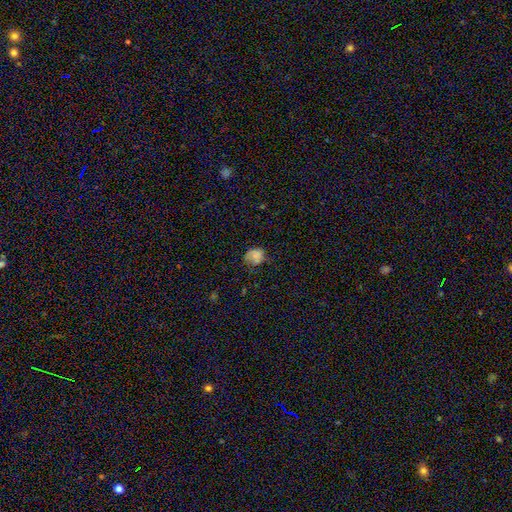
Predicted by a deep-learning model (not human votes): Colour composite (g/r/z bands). It shows a smooth galaxy with no disk features (70%) that is round (53%). Merging: none (50%).